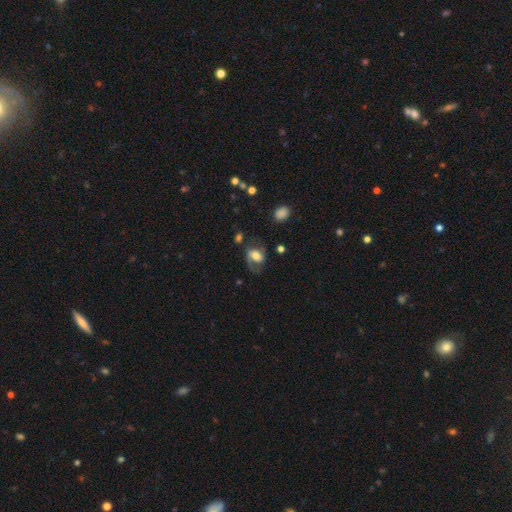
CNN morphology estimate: Smooth or featured? featured or disk (60%)
Edge-on disk? no (96%)
Bar? no (40%)
Spiral arms? yes (84%)
Bulge size? moderate (57%)
Merging? none (54%)